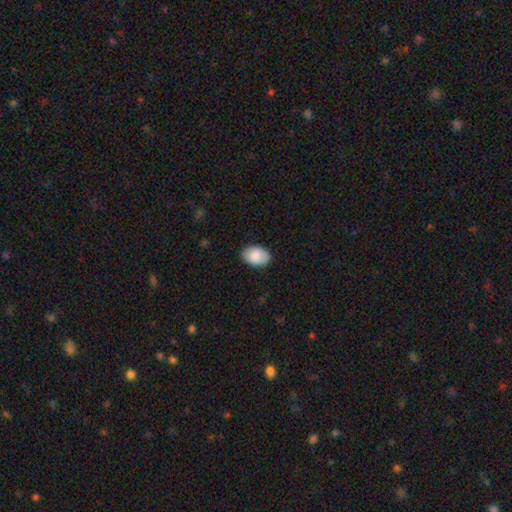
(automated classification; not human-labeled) Q: Smooth or featured?
A: smooth (87%); runner-up: featured or disk (7%)
Q: How rounded?
A: in between (88%); runner-up: round (11%)
Q: Merging?
A: none (86%); runner-up: minor disturbance (11%)